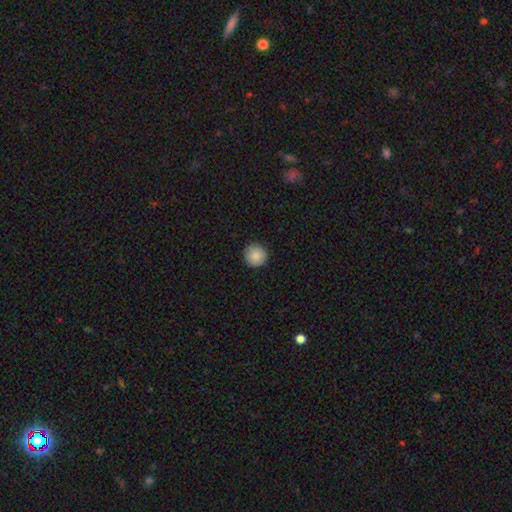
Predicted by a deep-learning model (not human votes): smooth 88%, star or artifact 8%, featured or disk 4%. Down the decision tree: how rounded — round (96%); merging — none (92%).